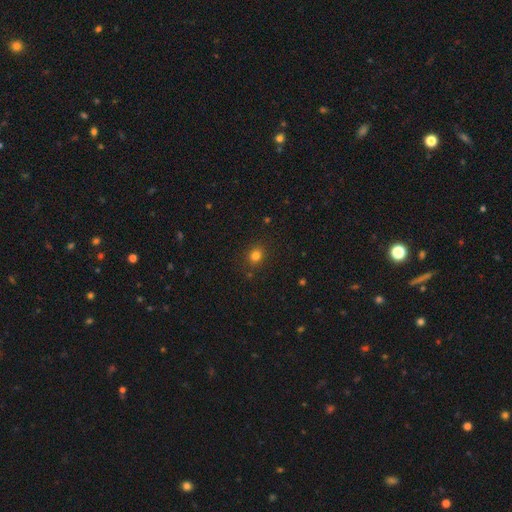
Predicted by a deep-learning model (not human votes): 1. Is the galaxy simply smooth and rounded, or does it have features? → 79% smooth, 15% star or artifact, 6% featured or disk.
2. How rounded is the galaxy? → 77% round, 22% in between, 1% cigar-shaped.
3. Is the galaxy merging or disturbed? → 87% none, 9% minor disturbance, 3% major disturbance, 2% merger.